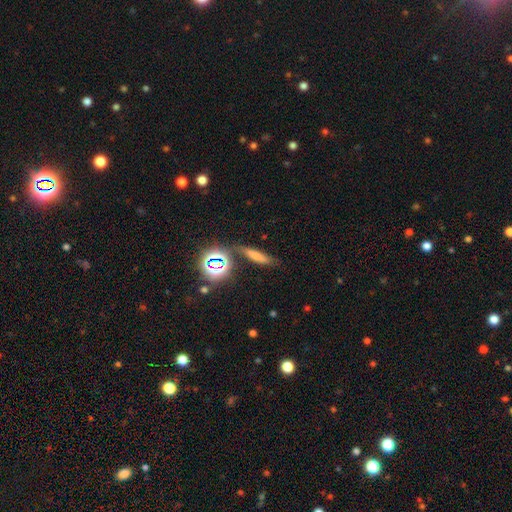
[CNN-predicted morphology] Smooth or featured? smooth (62%)
How rounded? cigar-shaped (75%)
Merging? none (71%)